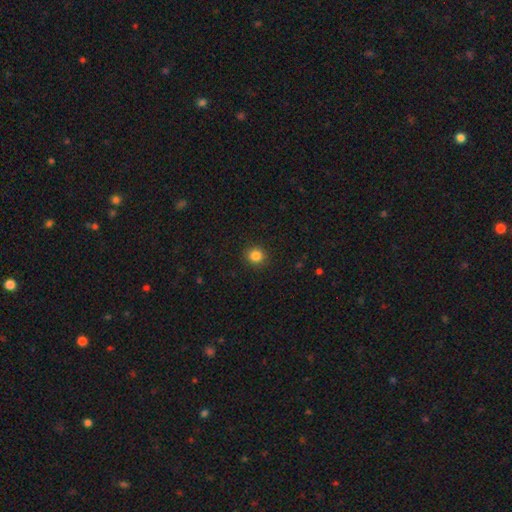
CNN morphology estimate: type=smooth (85%); roundness=round (91%); merging=none (91%).